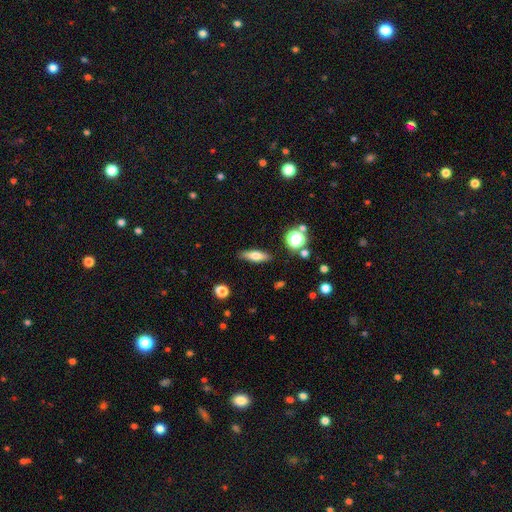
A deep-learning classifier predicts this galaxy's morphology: Smooth or featured? smooth (65%)
How rounded? in between (50%)
Merging? none (86%)